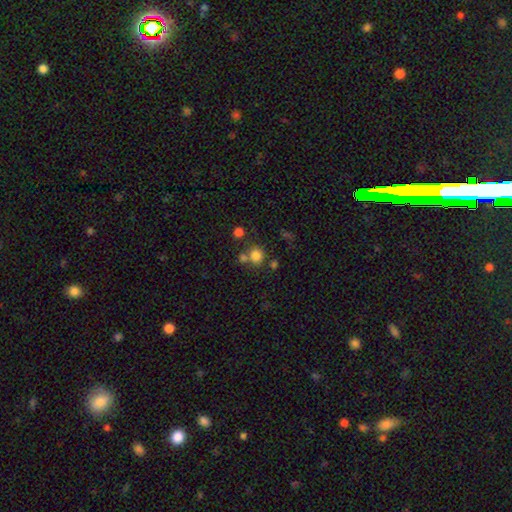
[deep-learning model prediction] A smooth galaxy with no disk features (79%) that is round (85%). Merging: none (62%).